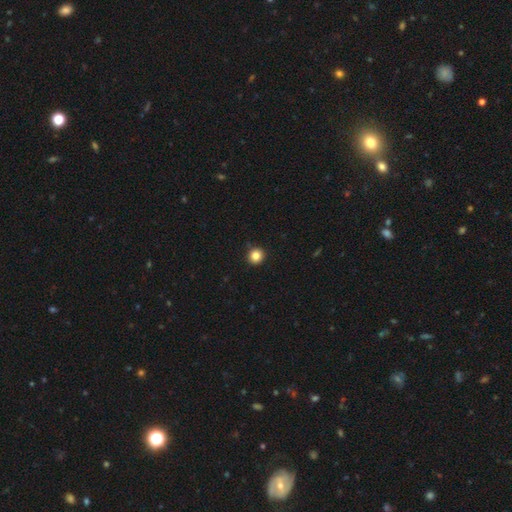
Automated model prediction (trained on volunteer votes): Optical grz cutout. It shows a smooth galaxy with no disk features (85%) that is round (93%). Merging: none (92%).